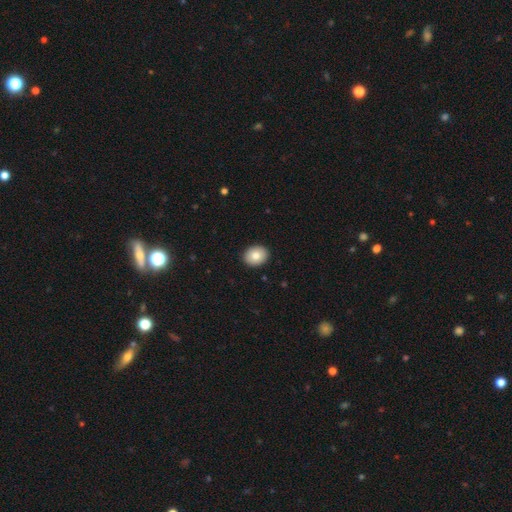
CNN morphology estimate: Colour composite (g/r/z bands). It shows a smooth galaxy with no disk features (81%) that is in between round and cigar-shaped (53%). Merging: none (91%).